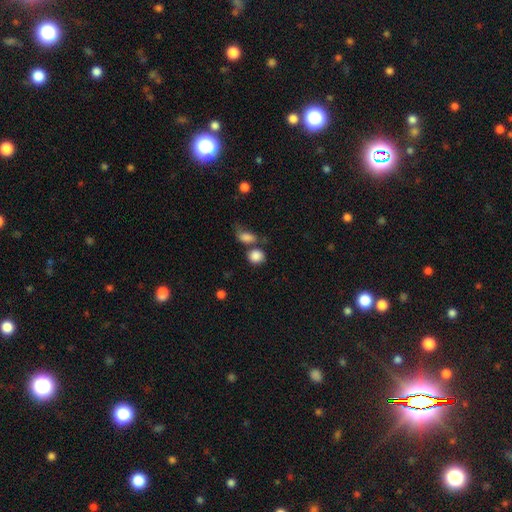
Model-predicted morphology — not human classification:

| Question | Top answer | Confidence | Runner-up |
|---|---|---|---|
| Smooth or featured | smooth | 86% | star or artifact (9%) |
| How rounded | round | 71% | in between (28%) |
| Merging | none | 50% | merger (30%) |